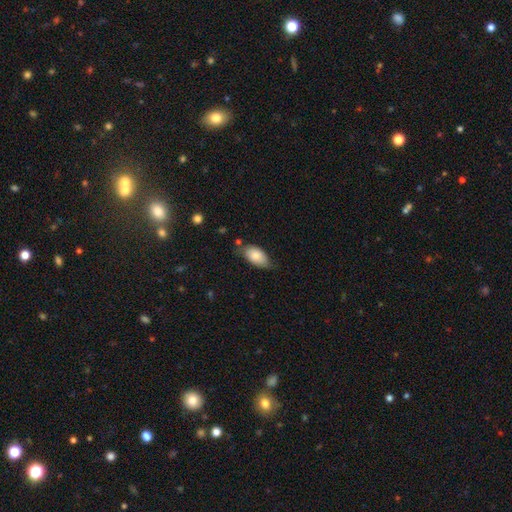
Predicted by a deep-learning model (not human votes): A smooth galaxy with no disk features (80%) that is in between round and cigar-shaped (93%). Merging: none (59%).